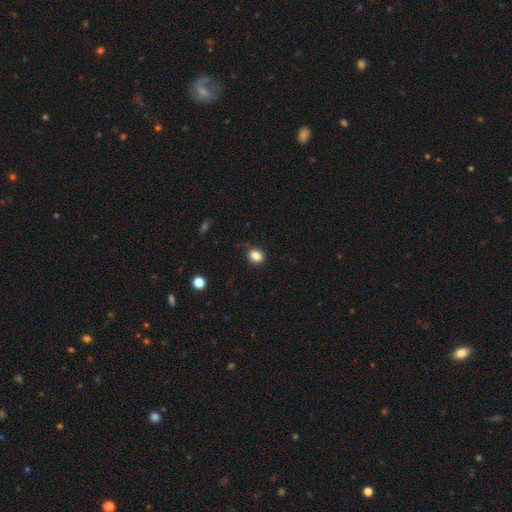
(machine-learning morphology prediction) This appears to be a smooth galaxy with no disk features (85%) that is round (70%). Merging: none (84%).